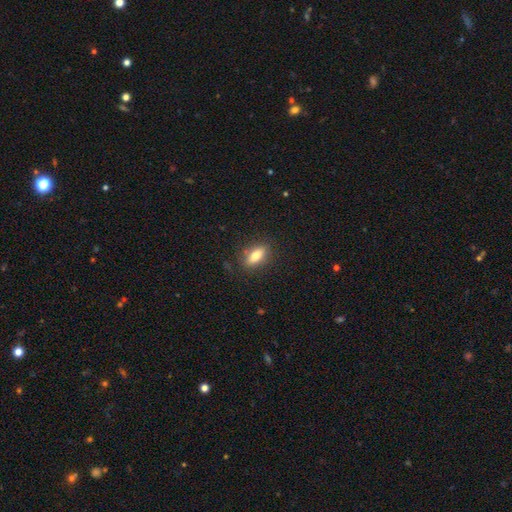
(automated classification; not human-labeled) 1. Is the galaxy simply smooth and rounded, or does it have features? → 75% smooth, 17% featured or disk, 8% star or artifact.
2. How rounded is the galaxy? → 78% in between, 17% cigar-shaped, 5% round.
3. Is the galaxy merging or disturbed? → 84% none, 12% minor disturbance, 3% major disturbance, 1% merger.